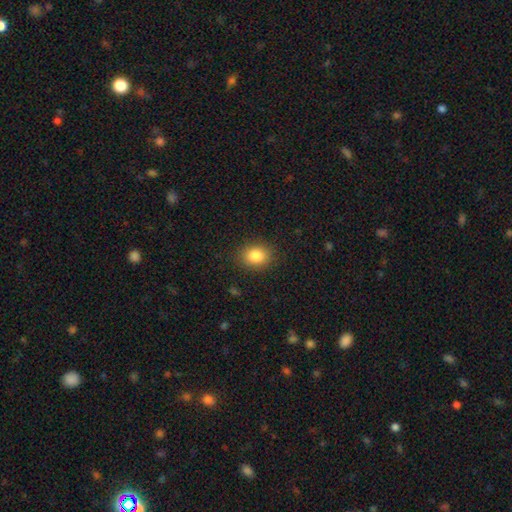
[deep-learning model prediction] The model was most divided on "how rounded": round: 50%, in between: 49%, cigar-shaped: 1%. More confident: merging — none (87%); smooth or featured — smooth (84%).